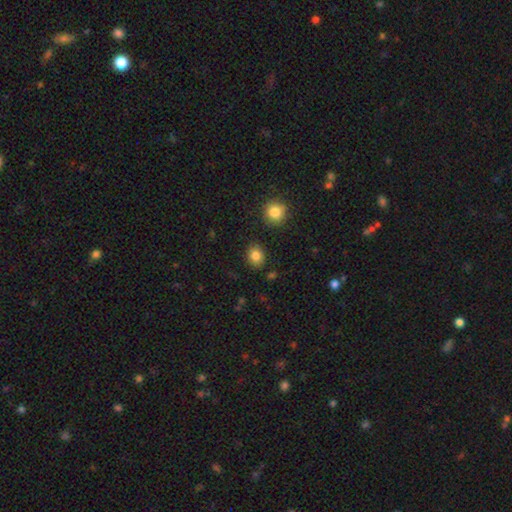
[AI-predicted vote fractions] Morphology: type=smooth (84%); roundness=round (56%); merging=none (87%).